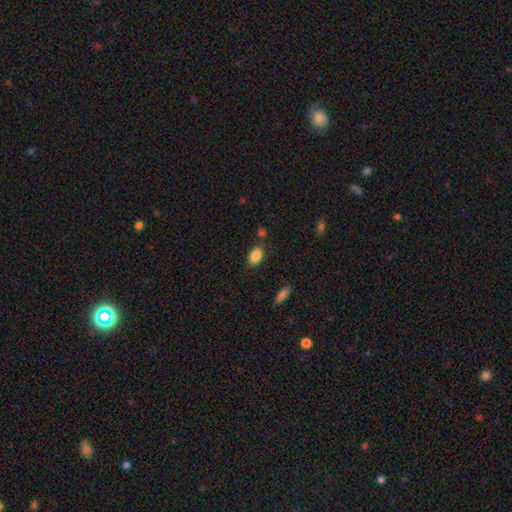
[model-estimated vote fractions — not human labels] Smooth or featured? smooth (87%)
How rounded? in between (89%)
Merging? none (77%)